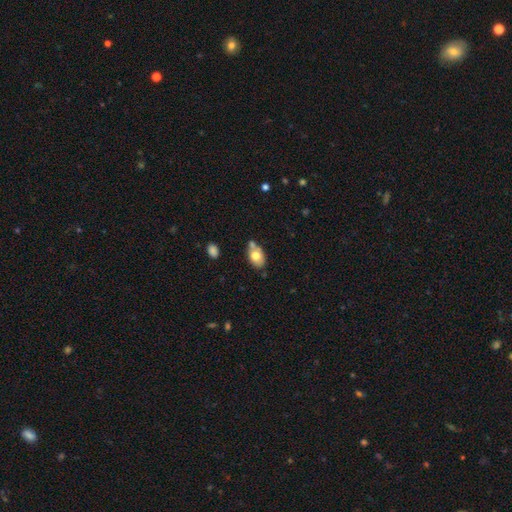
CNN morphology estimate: Overall: smooth (72%). How rounded: in between (84%). Merging: none (53%; merger 25%).